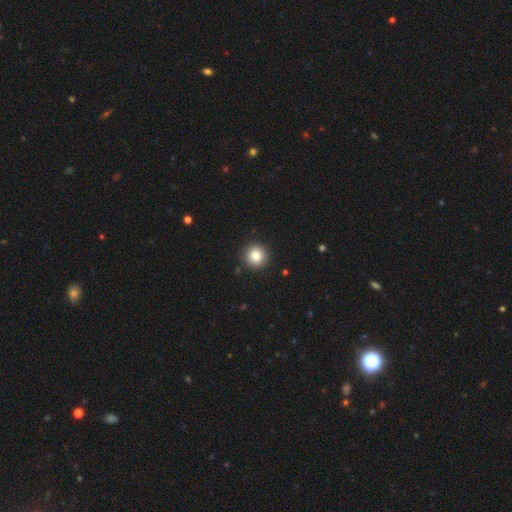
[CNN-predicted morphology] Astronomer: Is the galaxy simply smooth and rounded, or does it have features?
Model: smooth — 83%.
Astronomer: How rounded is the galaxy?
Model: round — 95%.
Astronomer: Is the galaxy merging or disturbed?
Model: none — 92%.